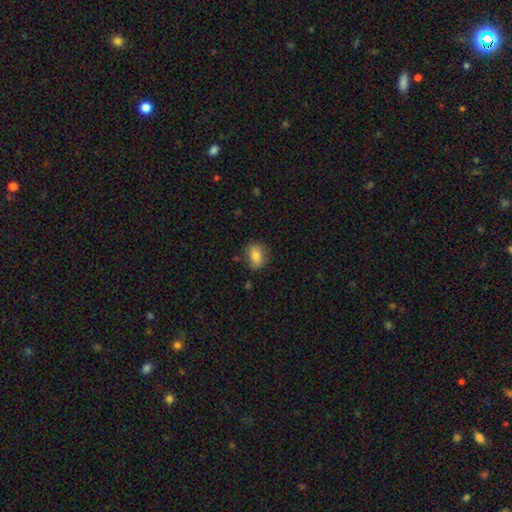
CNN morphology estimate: A smooth galaxy with no disk features (78%) that is in between round and cigar-shaped (61%).

Vote fractions:
- Smooth or featured? smooth: 78% / featured or disk: 13% / star or artifact: 9%
- How rounded? in between: 61% / round: 37% / cigar-shaped: 2%
- Merging? none: 76% / minor disturbance: 17% / major disturbance: 4% / merger: 2%